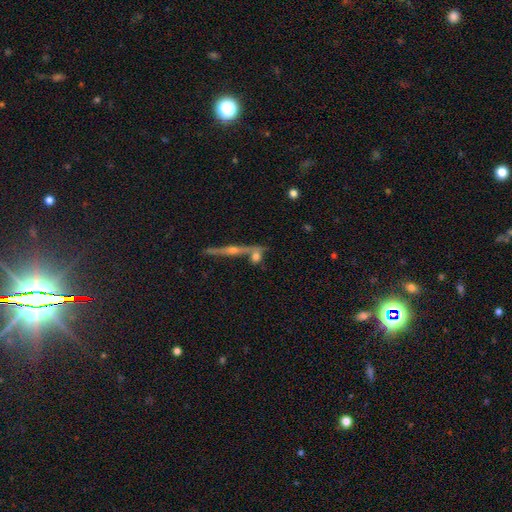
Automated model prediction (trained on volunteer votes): smooth_or_featured: smooth (p=0.45) [alt: featured or disk p=0.43]
merging: none (p=0.52) [alt: merger p=0.32]